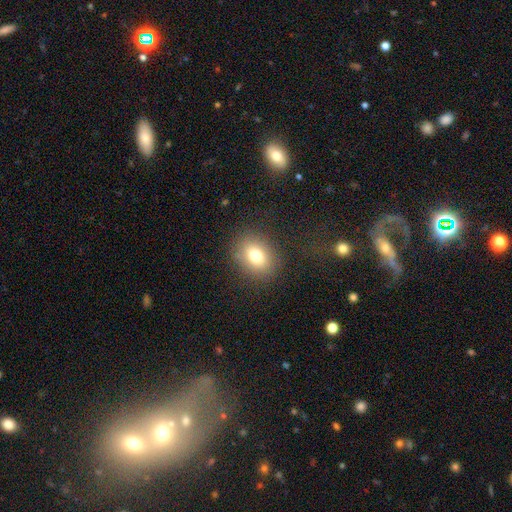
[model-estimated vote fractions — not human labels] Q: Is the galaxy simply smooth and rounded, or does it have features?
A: smooth — 76%.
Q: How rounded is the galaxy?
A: in between — 54%.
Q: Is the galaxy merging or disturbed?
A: none — 84%.